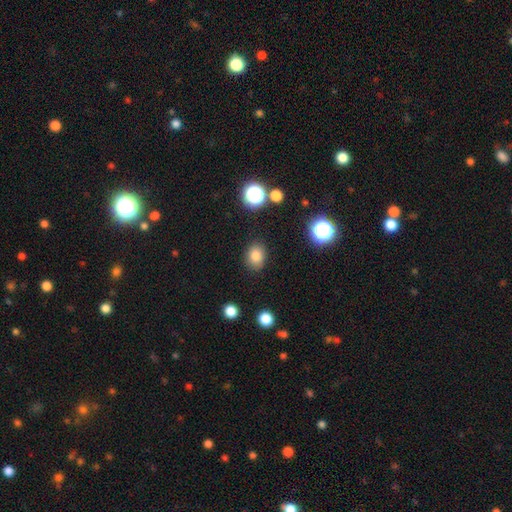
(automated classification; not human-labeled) Smooth or featured? Predicted: smooth (p=0.81). How rounded? Predicted: in between (p=0.52). Merging? Predicted: none (p=0.86).